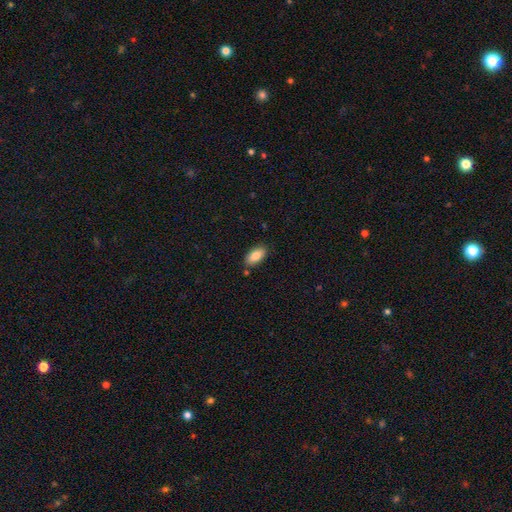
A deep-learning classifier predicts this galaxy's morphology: A smooth galaxy with no disk features (84%) that is in between round and cigar-shaped (91%). Merging: none (84%).